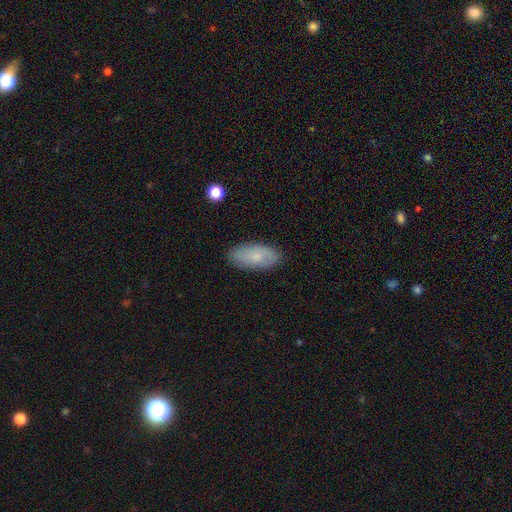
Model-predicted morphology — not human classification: smooth-or-featured: smooth: 73% | featured or disk: 20% | star or artifact: 7%
  how-rounded: in between: 91% | cigar-shaped: 6% | round: 3%
  merging: none: 85% | minor disturbance: 11% | major disturbance: 2% | merger: 1%